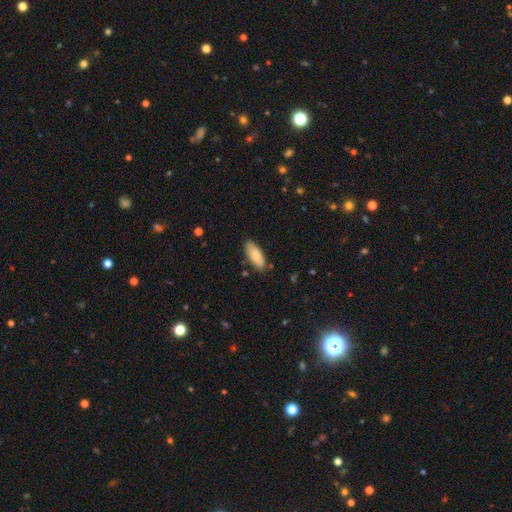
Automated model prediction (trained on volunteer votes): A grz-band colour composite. It shows a smooth galaxy with no disk features (84%) that is in between round and cigar-shaped (80%). Merging: none (82%).